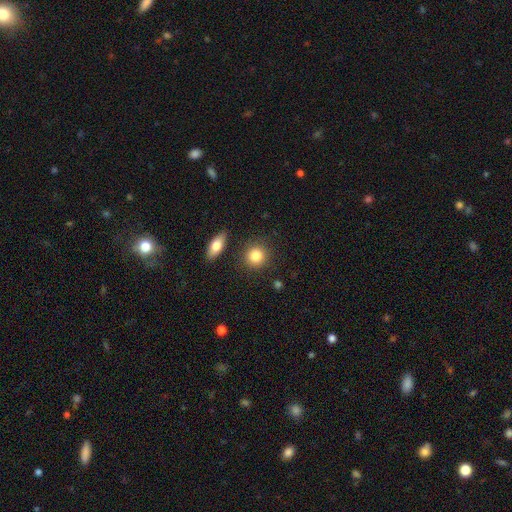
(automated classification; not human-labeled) Smooth or featured? smooth (86%)
How rounded? round (84%)
Merging? none (85%)